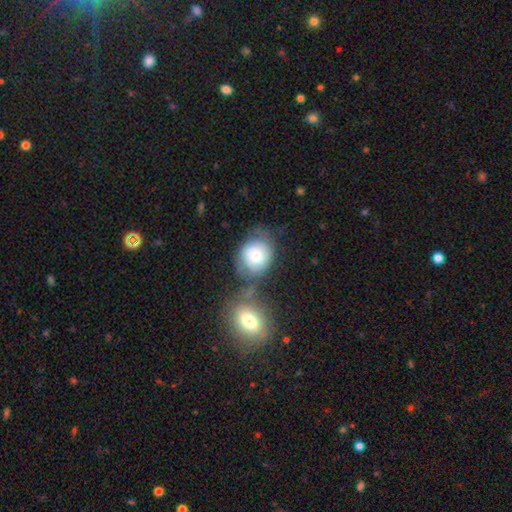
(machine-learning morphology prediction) A smooth galaxy with no disk features (53%) that is round (66%). Merging: none (45%).